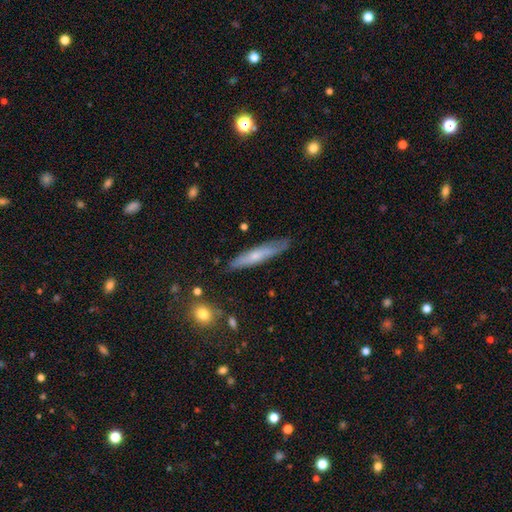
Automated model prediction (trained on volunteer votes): A smooth galaxy with no disk features (49%). Merging: none (80%).